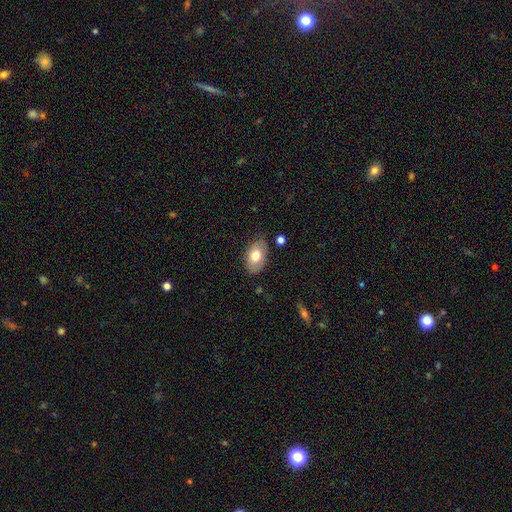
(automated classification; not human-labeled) Smooth or featured: smooth — 71% (featured or disk — 21%)
How rounded: in between — 89% (round — 10%)
Merging: none — 77% (minor disturbance — 17%)